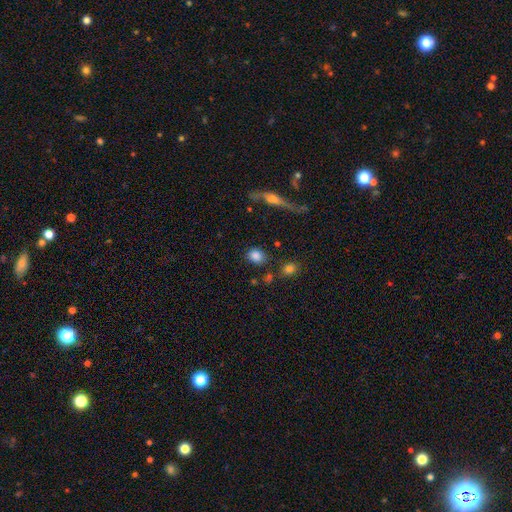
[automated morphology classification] The model was most divided on "how rounded": round: 52%, in between: 46%, cigar-shaped: 2%. More confident: smooth or featured — smooth (83%); merging — none (77%).